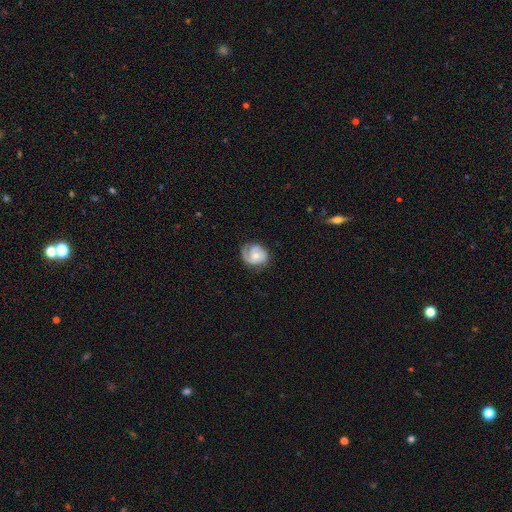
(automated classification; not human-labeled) Smooth or featured? featured or disk (70%)
Edge-on disk? no (97%)
Bar? no (73%)
Spiral arms? yes (91%)
Spiral winding? tight (51%)
Spiral arm count? 2 (40%)
Bulge size? moderate (54%)
Merging? none (65%)